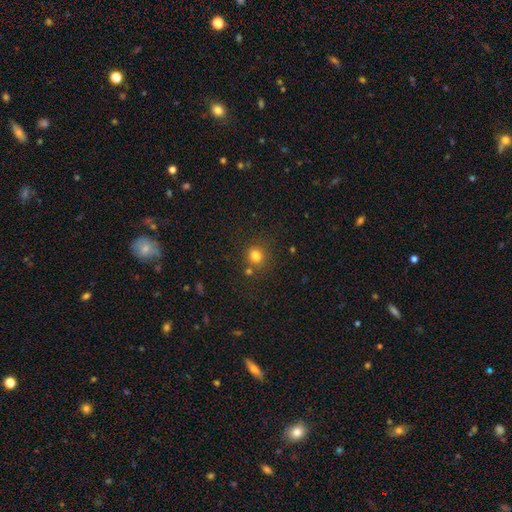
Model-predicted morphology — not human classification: Smooth or featured?
  - smooth: 80% *
  - star or artifact: 14%
  - featured or disk: 6%
How rounded?
  - round: 81% *
  - in between: 19%
  - cigar-shaped: 1%
Merging?
  - none: 74% *
  - minor disturbance: 11%
  - merger: 11%
  - major disturbance: 4%